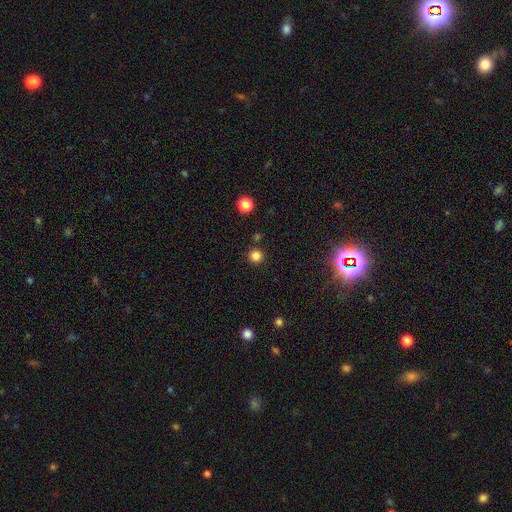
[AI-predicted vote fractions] Smooth or featured? smooth (84%)
How rounded? round (95%)
Merging? none (89%)